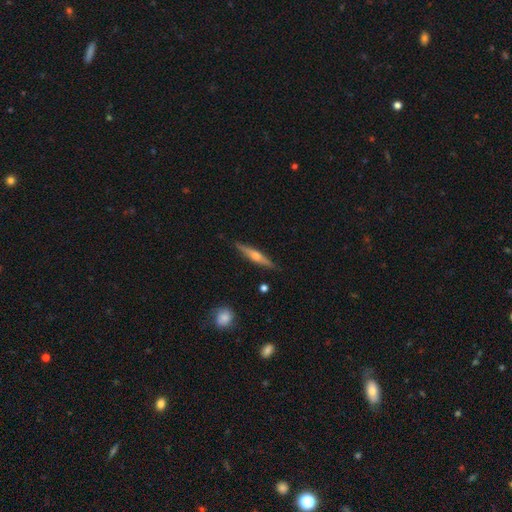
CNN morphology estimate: smooth-or-featured: featured or disk: 60% | smooth: 34% | star or artifact: 6%
  disk-edge-on: yes: 97% | no: 3%
    edge-on-bulge: rounded: 85% | none: 8% | boxy: 8%
  merging: none: 87% | minor disturbance: 9% | major disturbance: 2% | merger: 2%